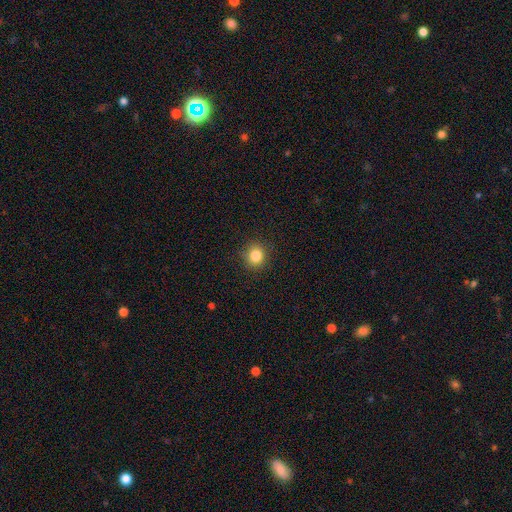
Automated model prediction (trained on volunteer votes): Smooth or featured? smooth (84%)
How rounded? round (86%)
Merging? none (90%)